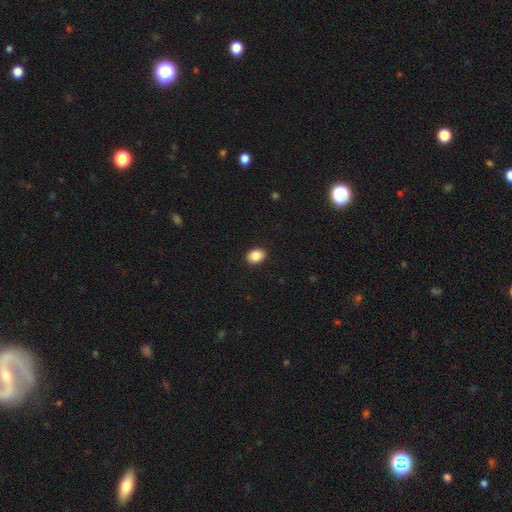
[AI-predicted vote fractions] The model was most divided on "how rounded": in between: 64%, round: 35%, cigar-shaped: 1%. More confident: merging — none (91%); smooth or featured — smooth (88%).